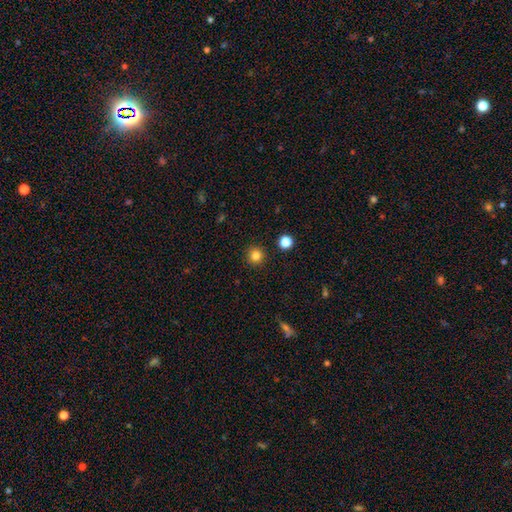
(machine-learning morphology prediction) A smooth galaxy with no disk features (83%) that is round (95%).

Vote fractions:
- Smooth or featured? smooth: 83% / star or artifact: 12% / featured or disk: 5%
- How rounded? round: 95% / in between: 4% / cigar-shaped: 1%
- Merging? none: 92% / minor disturbance: 5% / major disturbance: 2% / merger: 2%